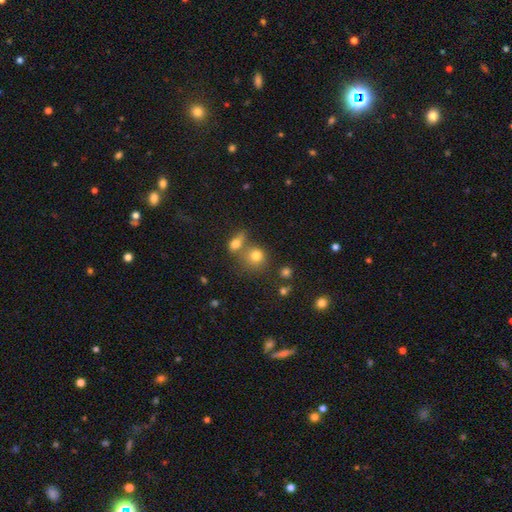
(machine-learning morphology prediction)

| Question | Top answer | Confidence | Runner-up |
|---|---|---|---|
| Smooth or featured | smooth | 77% | star or artifact (13%) |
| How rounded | round | 80% | in between (18%) |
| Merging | none | 52% | merger (32%) |